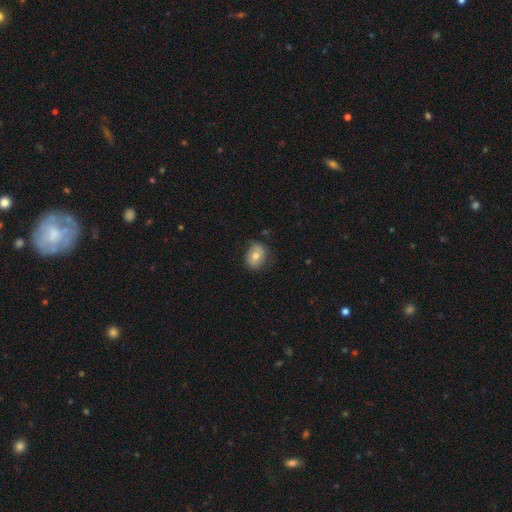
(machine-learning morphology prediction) Smooth or featured? smooth (67%)
How rounded? in between (51%)
Merging? none (70%)